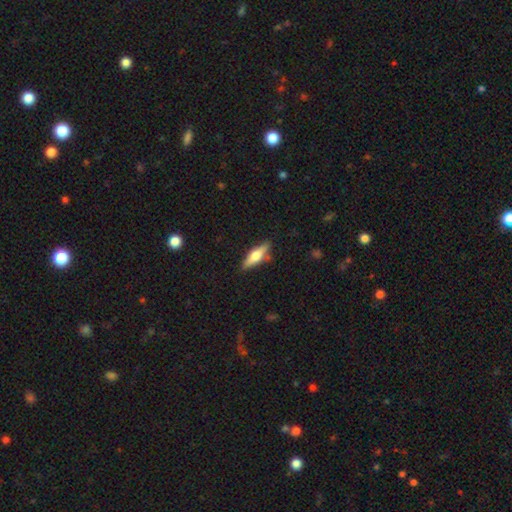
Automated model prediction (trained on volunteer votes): This appears to be a featured or disk galaxy (48%). Merging: none (85%).